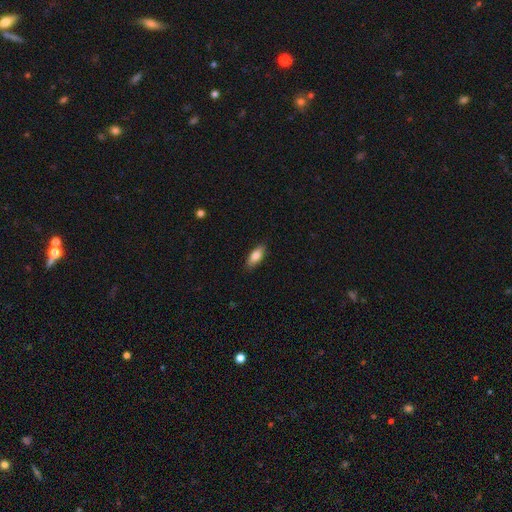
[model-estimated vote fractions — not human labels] A smooth galaxy with no disk features (83%) that is in between round and cigar-shaped (81%).

Vote fractions:
- Smooth or featured? smooth: 83% / featured or disk: 11% / star or artifact: 6%
- How rounded? in between: 81% / cigar-shaped: 16% / round: 2%
- Merging? none: 87% / minor disturbance: 10% / major disturbance: 2% / merger: 1%